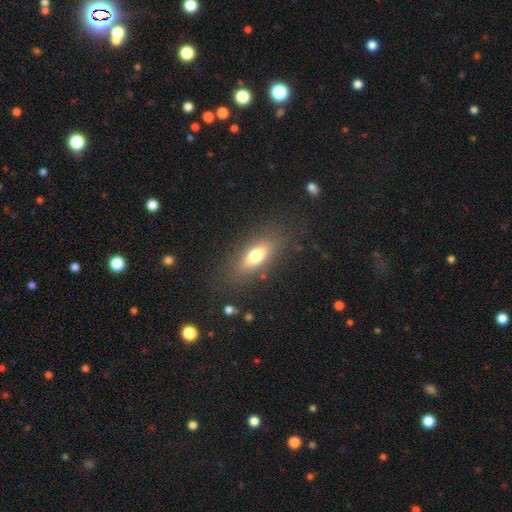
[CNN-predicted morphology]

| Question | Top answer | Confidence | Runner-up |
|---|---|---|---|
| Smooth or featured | smooth | 68% | featured or disk (22%) |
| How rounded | in between | 72% | cigar-shaped (23%) |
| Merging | none | 82% | minor disturbance (11%) |